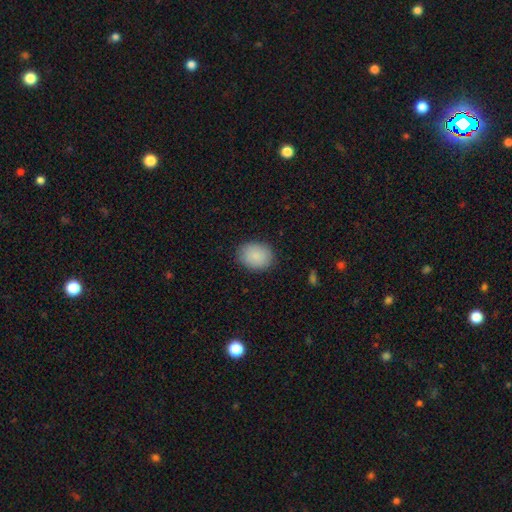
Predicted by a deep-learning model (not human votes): Smooth or featured: smooth — 88% (star or artifact — 7%)
How rounded: in between — 56% (round — 43%)
Merging: none — 86% (minor disturbance — 11%)